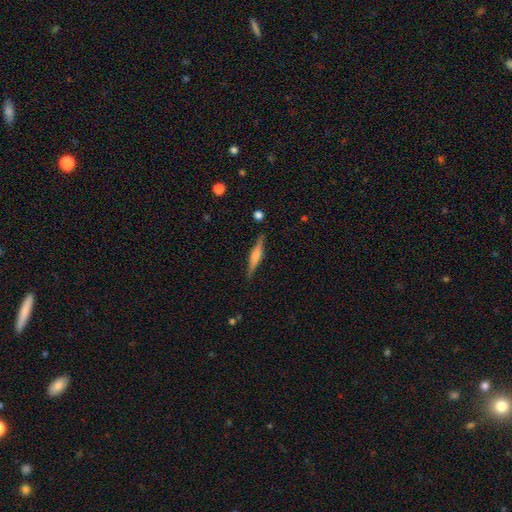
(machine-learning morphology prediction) Smooth or featured?
  - featured or disk: 56% *
  - smooth: 38%
  - star or artifact: 6%
Edge-on disk?
  - yes: 97% *
  - no: 3%
Edge-on bulge?
  - rounded: 67% *
  - boxy: 21%
  - none: 13%
Merging?
  - none: 87% *
  - minor disturbance: 9%
  - major disturbance: 2%
  - merger: 2%